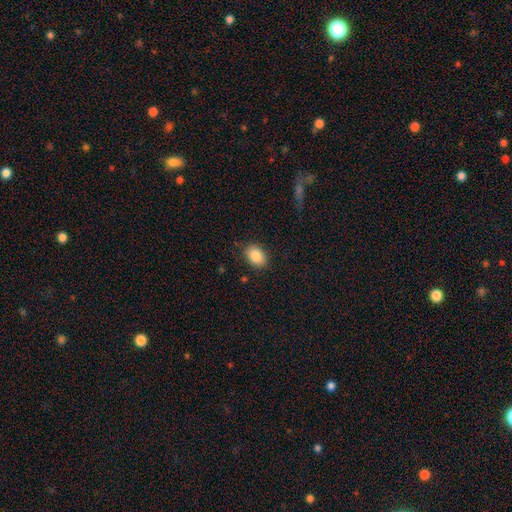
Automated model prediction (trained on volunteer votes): Smooth or featured: smooth — 87% (star or artifact — 8%)
How rounded: in between — 77% (round — 22%)
Merging: none — 85% (minor disturbance — 11%)